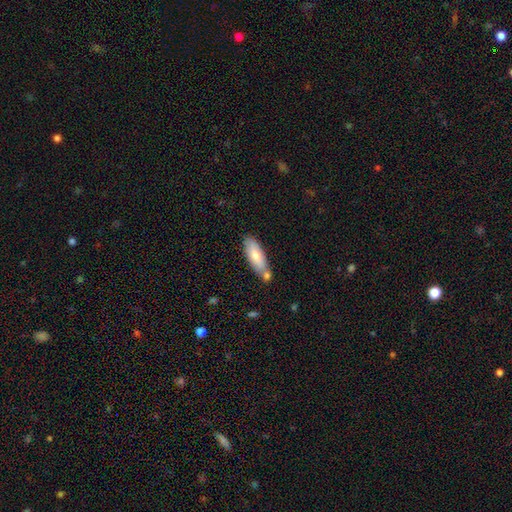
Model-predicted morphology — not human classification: Q: Smooth or featured?
A: smooth (69%); runner-up: featured or disk (25%)
Q: How rounded?
A: in between (66%); runner-up: cigar-shaped (32%)
Q: Merging?
A: none (59%); runner-up: merger (21%)